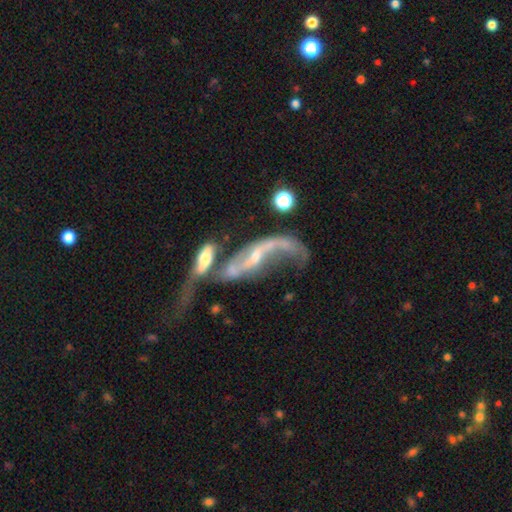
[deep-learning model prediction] Overall: featured or disk (78%). Edge-on disk: no (84%). Bar: no (50%; weak 31%). Spiral arms: yes (79%). Spiral arm count: 2 (65%). Spiral winding: loose (81%). Bulge size: small (60%; moderate 26%). Merging: merger (57%; major disturbance 19%).